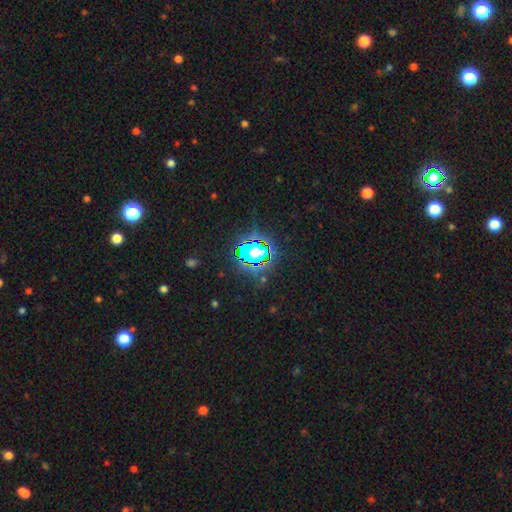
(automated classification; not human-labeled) star or artifact 80%, smooth 13%, featured or disk 7%.